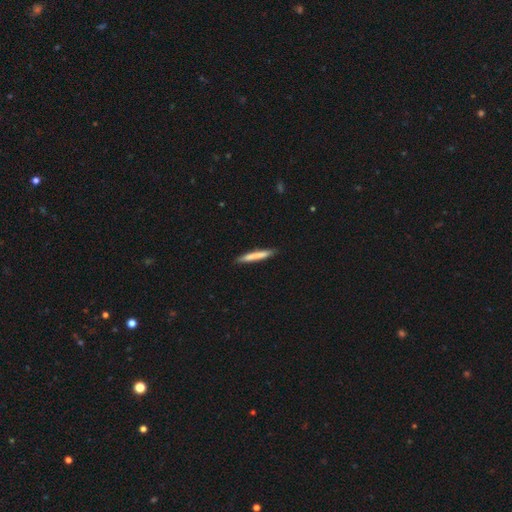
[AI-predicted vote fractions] The model was most divided on "smooth or featured": smooth: 76%, featured or disk: 19%, star or artifact: 5%. More confident: how rounded — cigar-shaped (96%); merging — none (89%).